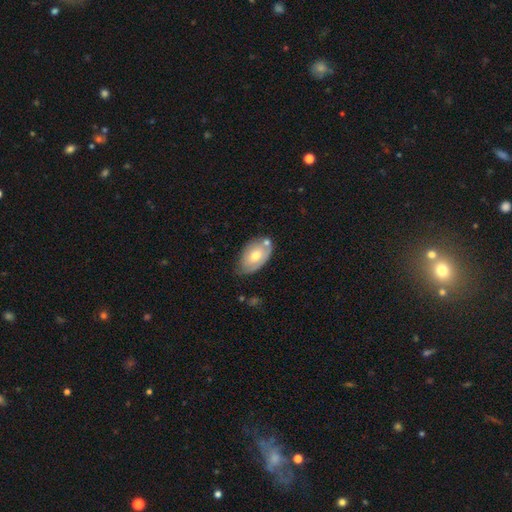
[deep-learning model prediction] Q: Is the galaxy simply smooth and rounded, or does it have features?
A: smooth — 54%.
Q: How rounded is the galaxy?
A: in between — 91%.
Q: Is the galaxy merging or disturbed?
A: none — 52%.